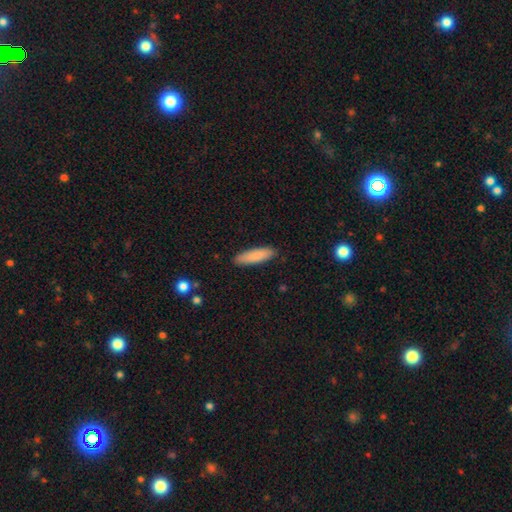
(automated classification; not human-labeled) Smooth or featured?
  - smooth: 85% *
  - featured or disk: 9%
  - star or artifact: 6%
How rounded?
  - cigar-shaped: 67% *
  - in between: 32%
  - round: 1%
Merging?
  - none: 89% *
  - minor disturbance: 9%
  - major disturbance: 2%
  - merger: 1%